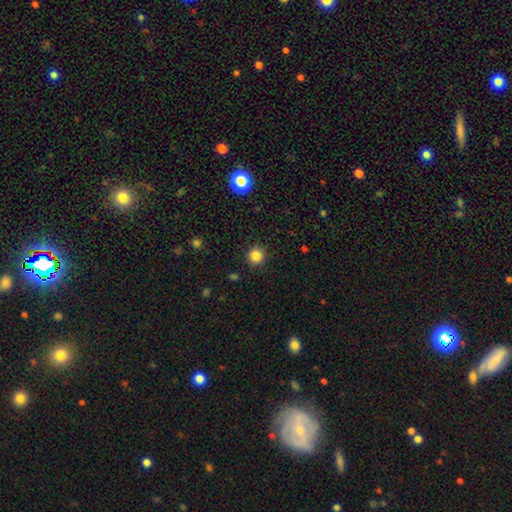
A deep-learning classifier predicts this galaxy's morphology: type=smooth (84%); roundness=round (93%); merging=none (91%).